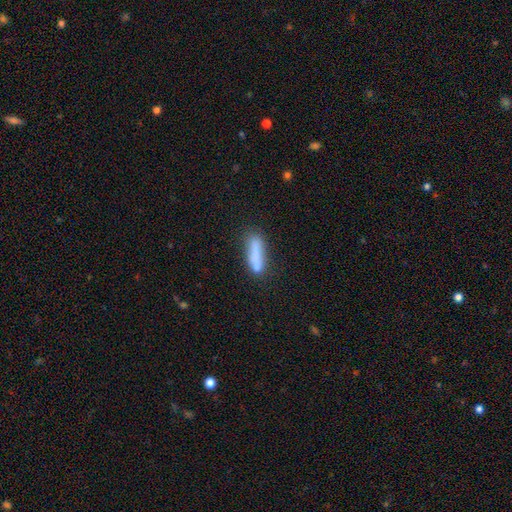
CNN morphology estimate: Overall: smooth (78%). How rounded: cigar-shaped (72%). Merging: none (65%).